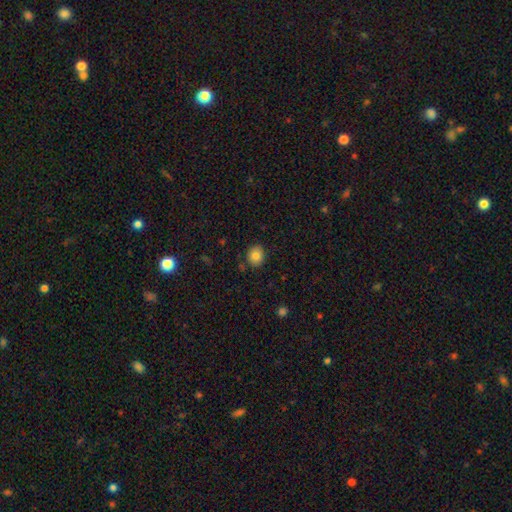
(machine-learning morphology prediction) Smooth or featured: smooth — 82% (star or artifact — 10%)
How rounded: round — 70% (in between — 29%)
Merging: none — 86% (minor disturbance — 10%)